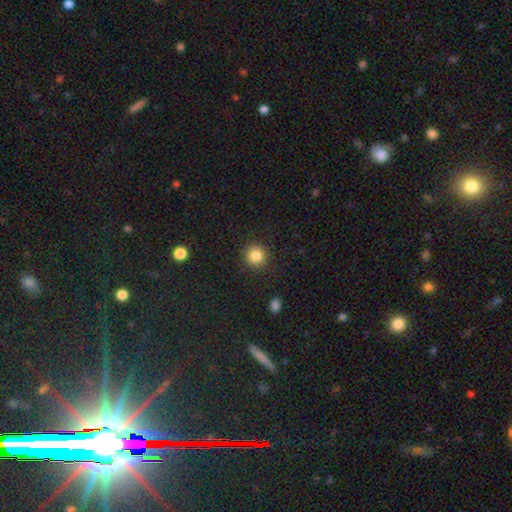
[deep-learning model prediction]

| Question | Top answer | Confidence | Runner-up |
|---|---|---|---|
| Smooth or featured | smooth | 85% | star or artifact (11%) |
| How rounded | round | 94% | in between (5%) |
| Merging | none | 91% | minor disturbance (6%) |